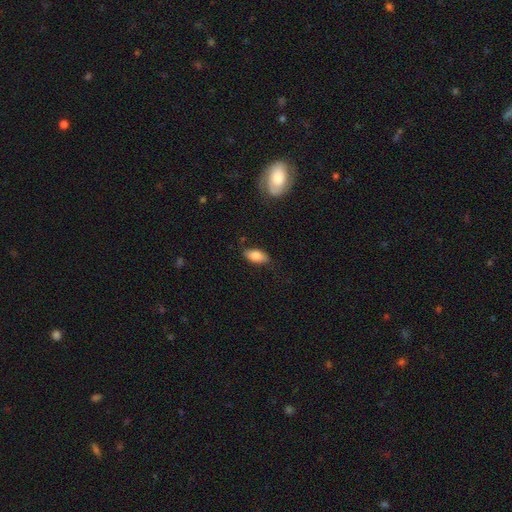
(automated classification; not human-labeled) Morphology: type=smooth (81%); roundness=in between (90%); merging=none (79%).